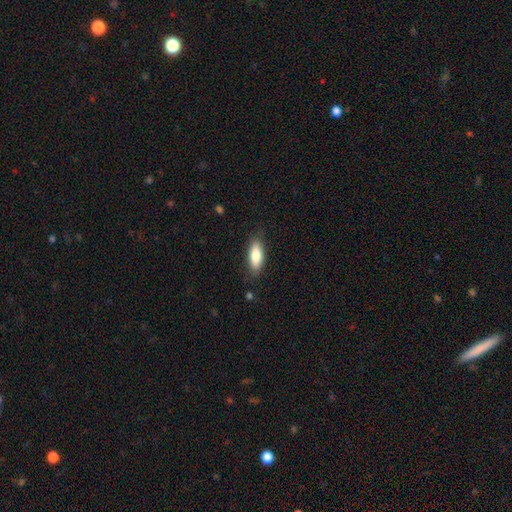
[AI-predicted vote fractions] The model was most divided on "how rounded": in between: 70%, cigar-shaped: 28%, round: 2%. More confident: merging — none (82%); smooth or featured — smooth (80%).